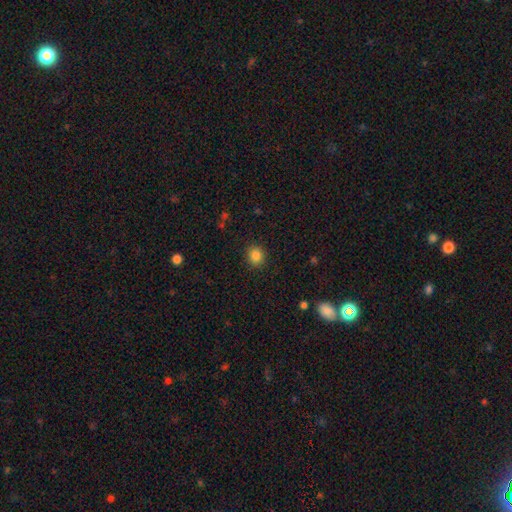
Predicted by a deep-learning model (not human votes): The model was most divided on "how rounded": round: 79%, in between: 20%, cigar-shaped: 1%. More confident: merging — none (90%); smooth or featured — smooth (85%).